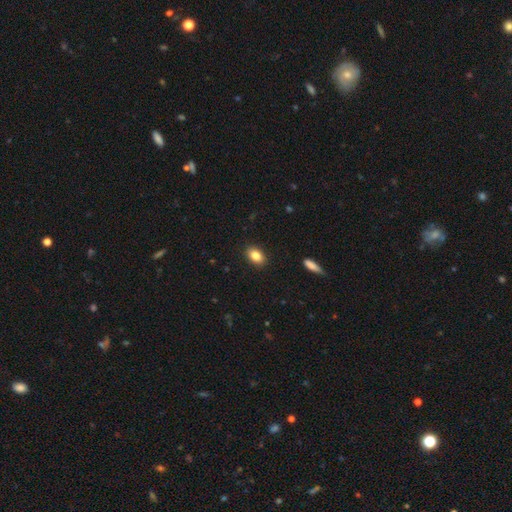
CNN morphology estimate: A smooth galaxy with no disk features (84%) that is in between round and cigar-shaped (84%).

Vote fractions:
- Smooth or featured? smooth: 84% / star or artifact: 9% / featured or disk: 7%
- How rounded? in between: 84% / round: 15% / cigar-shaped: 2%
- Merging? none: 90% / minor disturbance: 7% / major disturbance: 2% / merger: 1%